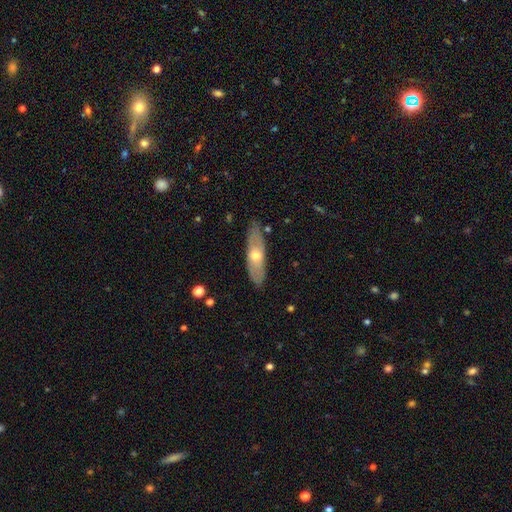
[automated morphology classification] Smooth or featured?
  - smooth: 49% *
  - featured or disk: 46%
  - star or artifact: 6%
Merging?
  - none: 82% *
  - minor disturbance: 14%
  - major disturbance: 3%
  - merger: 1%